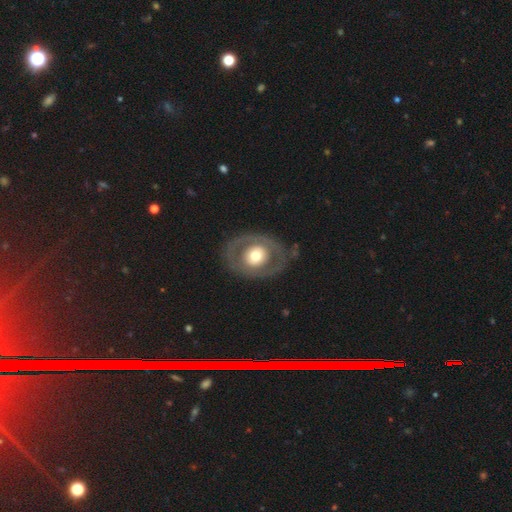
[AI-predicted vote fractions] A featured or disk galaxy (54%) with no bar (87%), no spiral arms (87%) and a moderate central bulge (57%). Merging: none (78%).